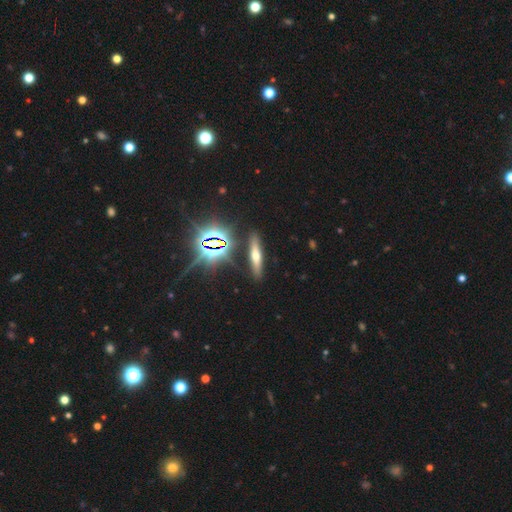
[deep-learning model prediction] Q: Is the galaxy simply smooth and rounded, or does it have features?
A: smooth — 39%.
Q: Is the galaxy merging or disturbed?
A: none — 87%.